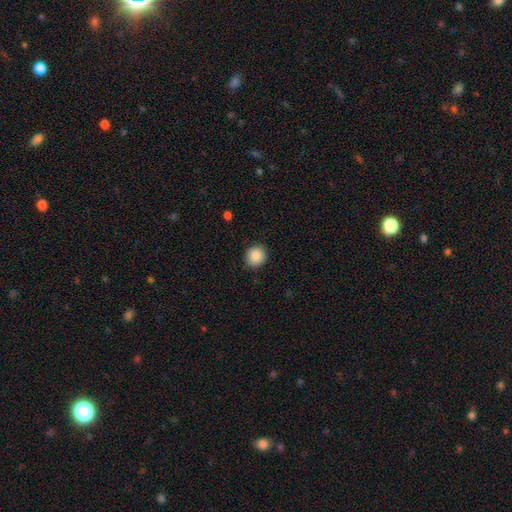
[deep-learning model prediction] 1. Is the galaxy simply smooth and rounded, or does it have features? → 88% smooth, 8% star or artifact, 4% featured or disk.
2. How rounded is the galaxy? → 88% round, 12% in between, 1% cigar-shaped.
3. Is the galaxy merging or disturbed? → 90% none, 7% minor disturbance, 2% major disturbance, 1% merger.